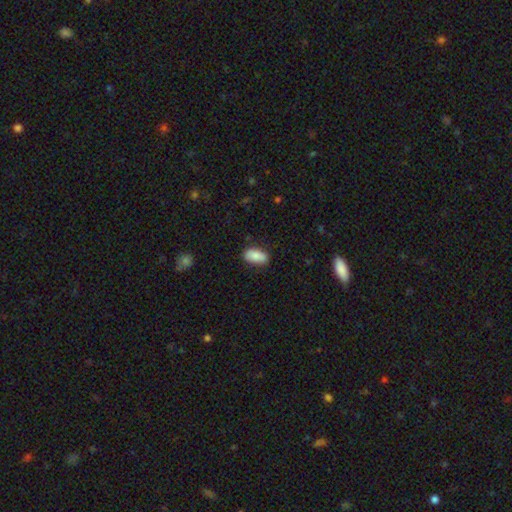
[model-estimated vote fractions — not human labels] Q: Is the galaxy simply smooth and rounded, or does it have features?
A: smooth — 85%.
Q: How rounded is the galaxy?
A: in between — 92%.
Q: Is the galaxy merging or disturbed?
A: none — 82%.